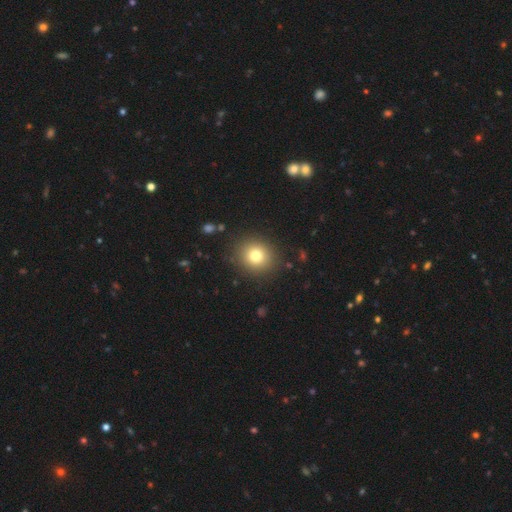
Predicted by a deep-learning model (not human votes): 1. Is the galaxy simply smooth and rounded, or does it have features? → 77% smooth, 13% star or artifact, 10% featured or disk.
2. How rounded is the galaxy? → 85% round, 14% in between, 1% cigar-shaped.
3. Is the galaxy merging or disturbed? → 89% none, 7% minor disturbance, 3% major disturbance, 1% merger.